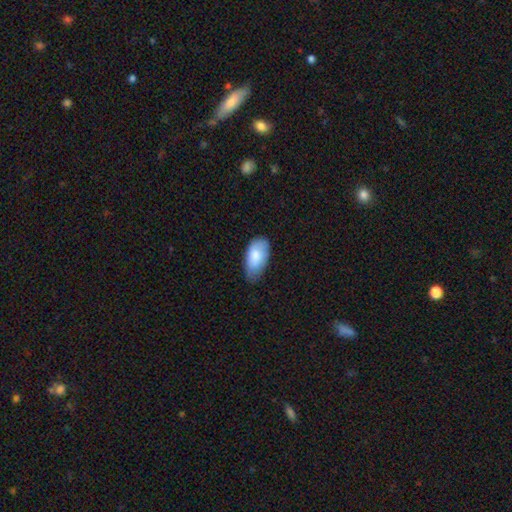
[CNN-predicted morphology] smooth-or-featured: smooth: 82% | featured or disk: 13% | star or artifact: 6%
  how-rounded: in between: 95% | cigar-shaped: 3% | round: 2%
  merging: none: 58% | minor disturbance: 35% | major disturbance: 6% | merger: 1%